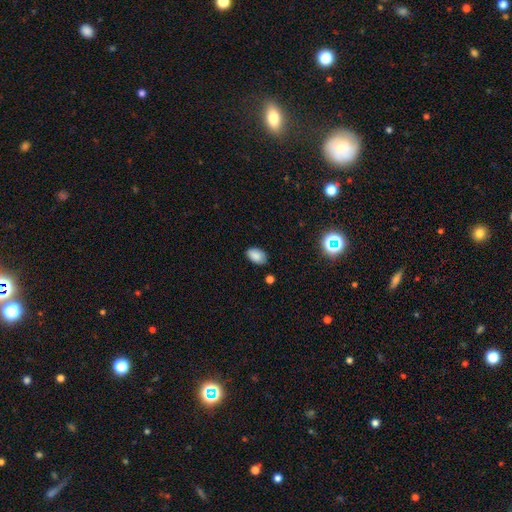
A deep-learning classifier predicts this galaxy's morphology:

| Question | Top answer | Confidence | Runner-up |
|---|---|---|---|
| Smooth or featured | smooth | 84% | star or artifact (10%) |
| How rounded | in between | 90% | round (9%) |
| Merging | none | 79% | minor disturbance (16%) |